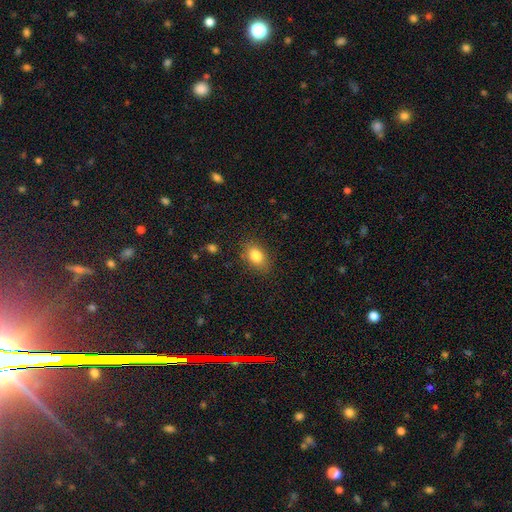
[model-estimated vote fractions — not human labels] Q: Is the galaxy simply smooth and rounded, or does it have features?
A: smooth — 83%.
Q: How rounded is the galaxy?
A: in between — 84%.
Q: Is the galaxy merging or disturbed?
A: none — 83%.